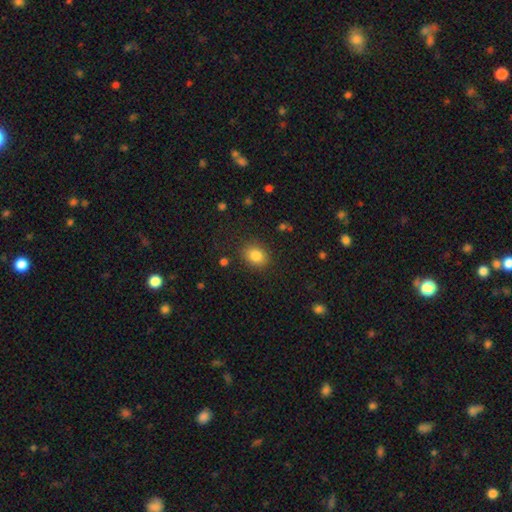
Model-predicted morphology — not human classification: Overall: smooth (84%). How rounded: in between (51%; round 48%). Merging: none (84%).